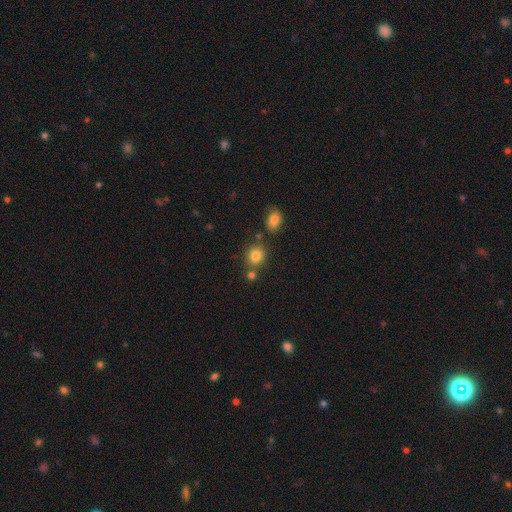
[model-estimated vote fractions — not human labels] A smooth galaxy with no disk features (82%) that is round (79%).

Vote fractions:
- Smooth or featured? smooth: 82% / star or artifact: 12% / featured or disk: 6%
- How rounded? round: 79% / in between: 20% / cigar-shaped: 1%
- Merging? none: 71% / merger: 15% / minor disturbance: 10% / major disturbance: 3%